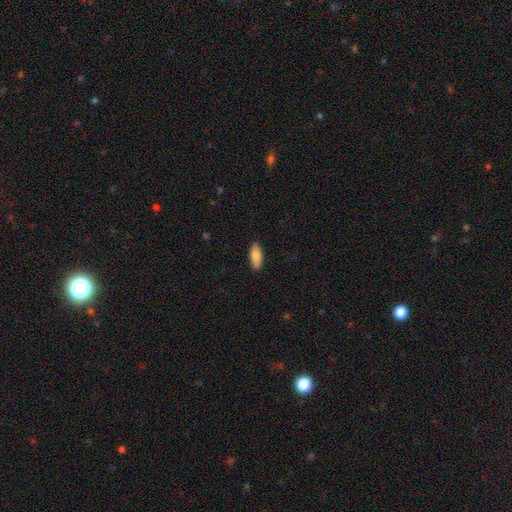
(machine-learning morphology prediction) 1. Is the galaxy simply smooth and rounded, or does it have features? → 81% smooth, 13% featured or disk, 6% star or artifact.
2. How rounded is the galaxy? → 79% in between, 19% cigar-shaped, 2% round.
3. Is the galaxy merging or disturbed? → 88% none, 9% minor disturbance, 2% major disturbance, 1% merger.